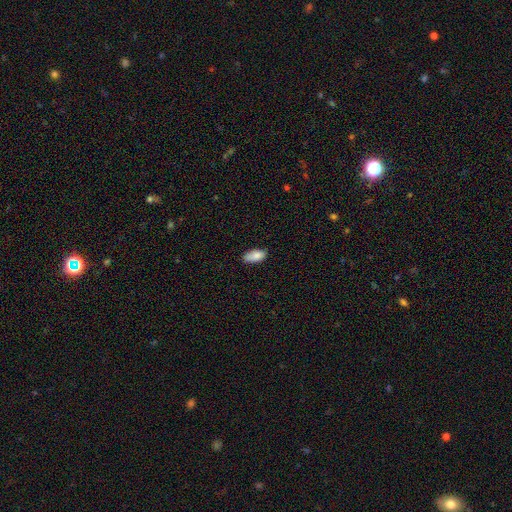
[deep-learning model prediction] A smooth galaxy with no disk features (87%) that is in between round and cigar-shaped (89%).

Vote fractions:
- Smooth or featured? smooth: 87% / star or artifact: 7% / featured or disk: 6%
- How rounded? in between: 89% / cigar-shaped: 8% / round: 2%
- Merging? none: 79% / minor disturbance: 17% / major disturbance: 3% / merger: 1%